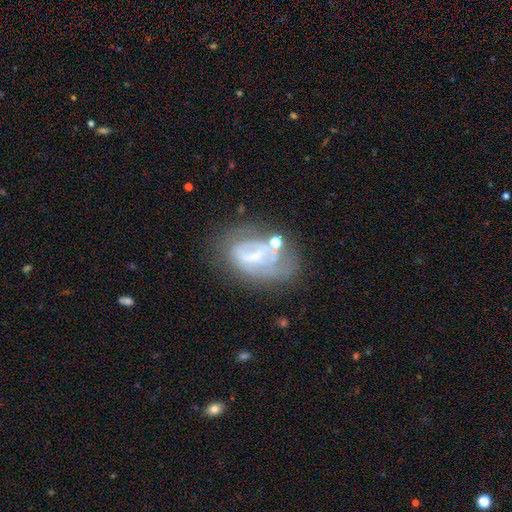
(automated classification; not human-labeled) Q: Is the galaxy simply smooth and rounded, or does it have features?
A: featured or disk — 62%.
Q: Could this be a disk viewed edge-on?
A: no — 95%.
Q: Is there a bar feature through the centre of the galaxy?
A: no — 37%.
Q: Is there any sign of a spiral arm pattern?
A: no — 60%.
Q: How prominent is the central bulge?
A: none — 37%.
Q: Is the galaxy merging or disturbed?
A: none — 38%.